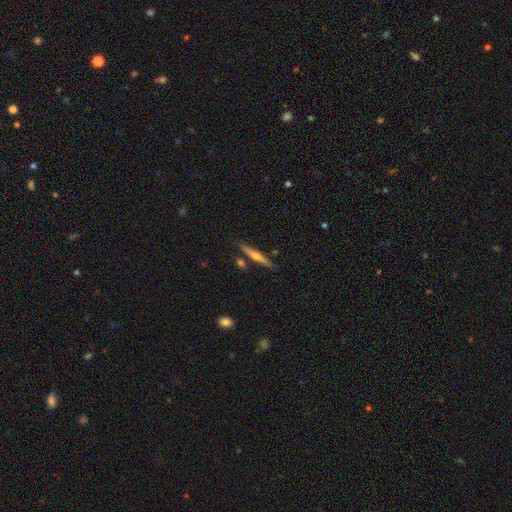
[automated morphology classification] Smooth or featured?
  - featured or disk: 58% *
  - smooth: 35%
  - star or artifact: 6%
Edge-on disk?
  - yes: 97% *
  - no: 3%
Edge-on bulge?
  - rounded: 78% *
  - none: 15%
  - boxy: 6%
Merging?
  - none: 85% *
  - minor disturbance: 9%
  - merger: 4%
  - major disturbance: 2%